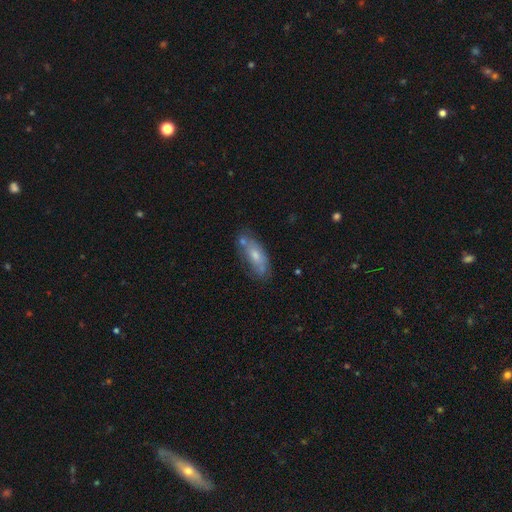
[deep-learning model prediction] Morphology: type=smooth (61%); roundness=in between (74%); merging=none (56%).